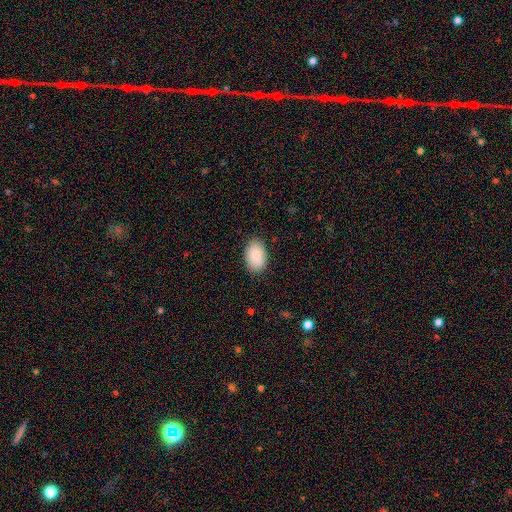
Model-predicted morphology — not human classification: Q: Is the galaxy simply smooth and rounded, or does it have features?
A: smooth — 90%.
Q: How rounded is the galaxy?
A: in between — 93%.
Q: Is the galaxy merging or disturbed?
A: none — 86%.